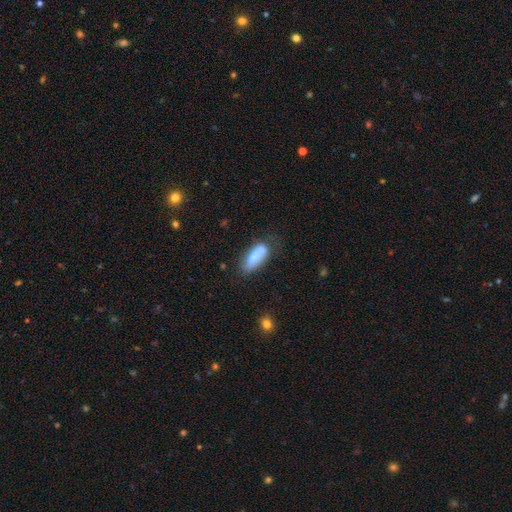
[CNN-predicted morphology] Smooth or featured?
  - smooth: 62% *
  - featured or disk: 31%
  - star or artifact: 7%
How rounded?
  - in between: 73% *
  - cigar-shaped: 25%
  - round: 3%
Merging?
  - none: 59% *
  - minor disturbance: 26%
  - major disturbance: 9%
  - merger: 6%